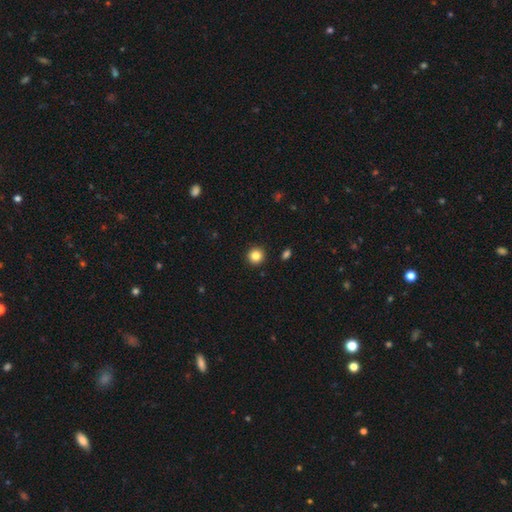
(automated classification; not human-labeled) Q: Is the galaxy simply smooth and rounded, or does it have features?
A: smooth — 84%.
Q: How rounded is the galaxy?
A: round — 94%.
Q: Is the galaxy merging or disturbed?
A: none — 93%.